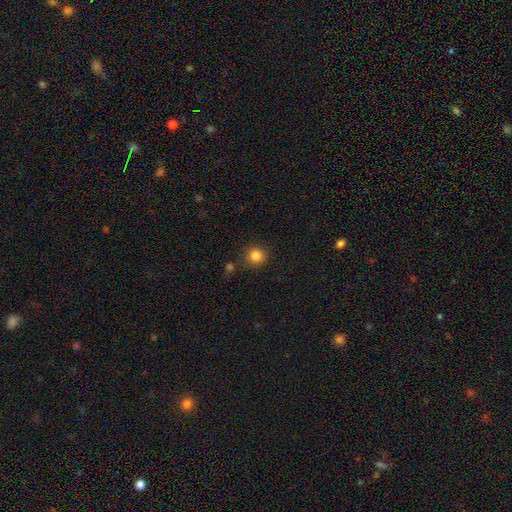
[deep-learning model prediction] smooth_or_featured: smooth (p=0.84) [alt: star or artifact p=0.11]
how_rounded: round (p=0.93) [alt: in between p=0.06]
merging: none (p=0.86) [alt: minor disturbance p=0.08]